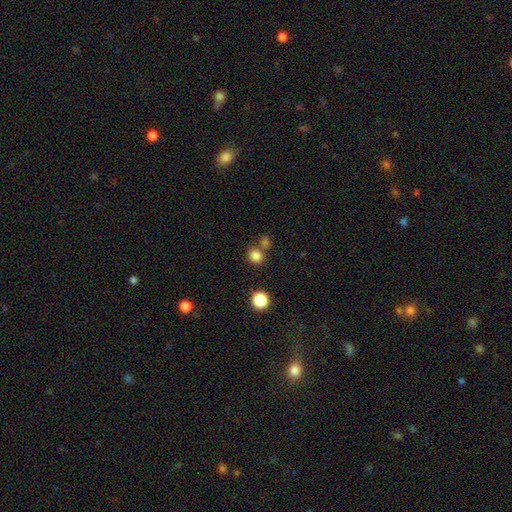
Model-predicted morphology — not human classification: smooth_or_featured: smooth (p=0.81) [alt: star or artifact p=0.14]
how_rounded: round (p=0.78) [alt: in between p=0.22]
merging: none (p=0.67) [alt: merger p=0.21]